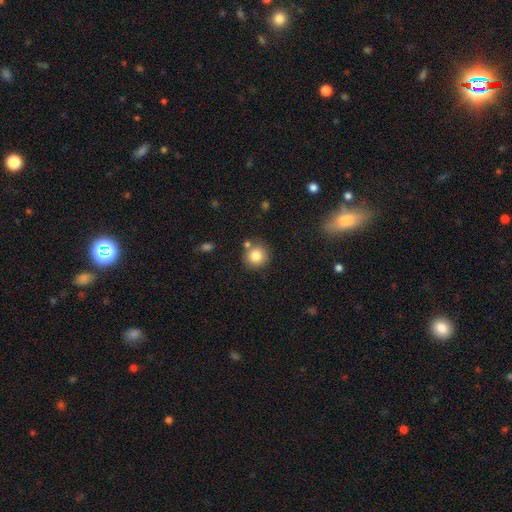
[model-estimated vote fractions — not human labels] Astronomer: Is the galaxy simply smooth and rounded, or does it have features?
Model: smooth — 82%.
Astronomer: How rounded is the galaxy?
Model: round — 92%.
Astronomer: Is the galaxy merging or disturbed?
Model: none — 76%.